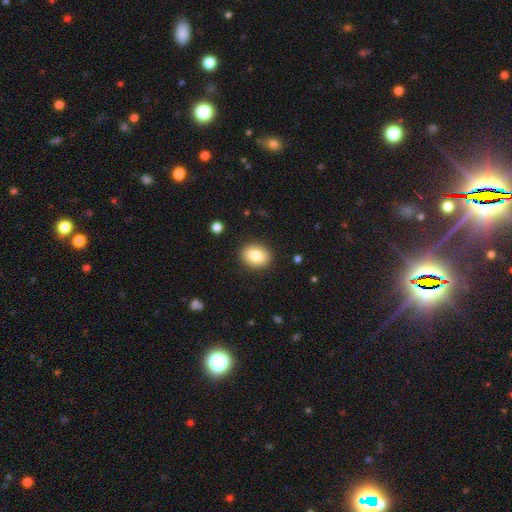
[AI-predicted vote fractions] The model was most divided on "how rounded": in between: 59%, round: 40%, cigar-shaped: 1%. More confident: merging — none (88%); smooth or featured — smooth (83%).